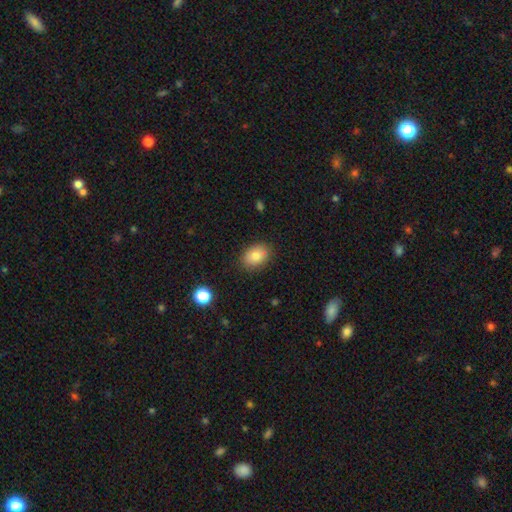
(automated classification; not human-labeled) smooth 82%, featured or disk 9%, star or artifact 9%. Down the decision tree: how rounded — in between (77%); merging — none (84%).